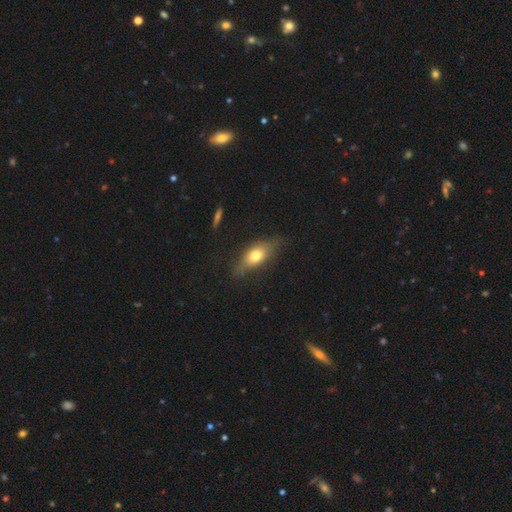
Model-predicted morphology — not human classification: Smooth or featured: smooth — 63% (featured or disk — 28%)
How rounded: in between — 71% (cigar-shaped — 21%)
Merging: none — 64% (minor disturbance — 26%)